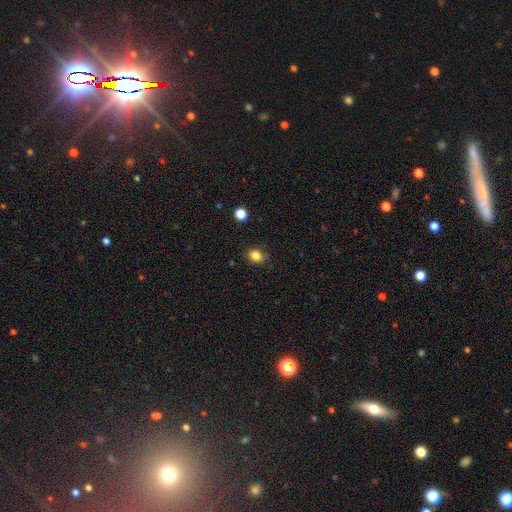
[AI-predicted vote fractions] Smooth or featured? smooth (84%)
How rounded? in between (53%)
Merging? none (82%)